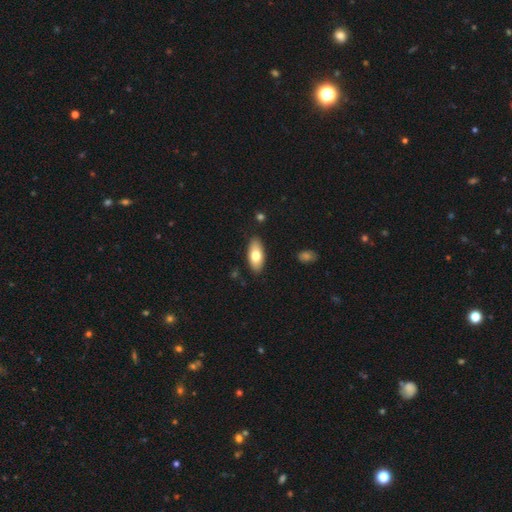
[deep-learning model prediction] Smooth or featured? Predicted: smooth (p=0.73). How rounded? Predicted: in between (p=0.88). Merging? Predicted: none (p=0.87).